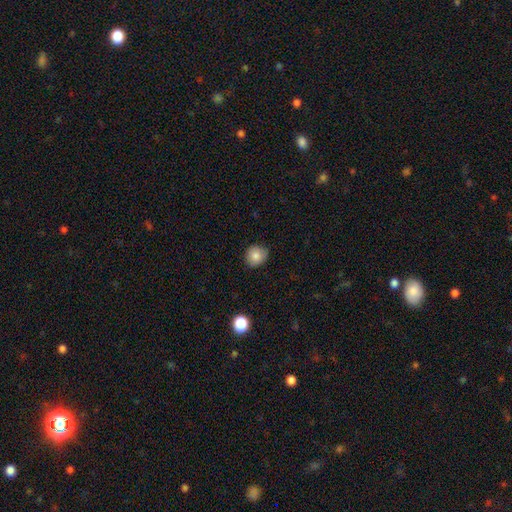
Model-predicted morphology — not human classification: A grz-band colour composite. It shows a smooth galaxy with no disk features (83%) that is round (83%). Merging: none (80%).